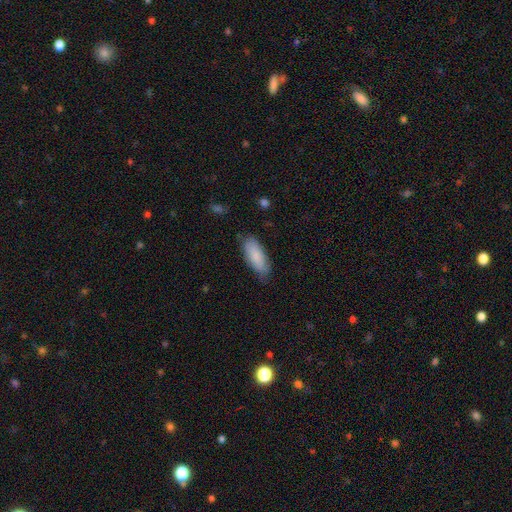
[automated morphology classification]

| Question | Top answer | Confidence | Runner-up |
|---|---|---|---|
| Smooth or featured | smooth | 85% | featured or disk (9%) |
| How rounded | in between | 75% | cigar-shaped (24%) |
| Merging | none | 77% | minor disturbance (18%) |